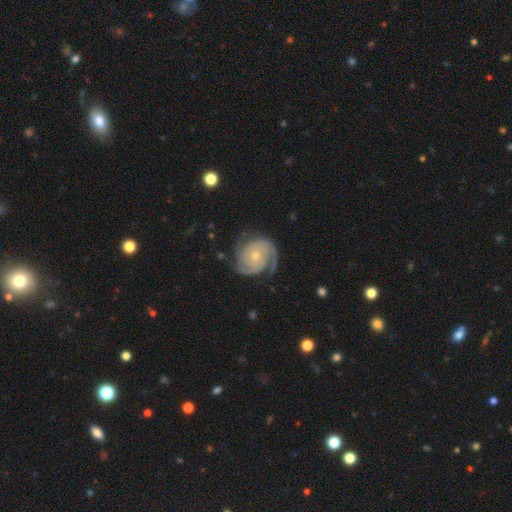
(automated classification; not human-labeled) smooth_or_featured: featured or disk (p=0.90) [alt: smooth p=0.05]
disk_edge_on: no (p=0.98) [alt: yes p=0.02]
bar: no (p=0.75) [alt: weak p=0.20]
has_spiral_arms: yes (p=0.98) [alt: no p=0.02]
spiral_winding: tight (p=0.62) [alt: medium p=0.32]
spiral_arm_count: 2 (p=0.51) [alt: 3 p=0.27]
bulge_size: small (p=0.65) [alt: moderate p=0.31]
merging: none (p=0.75) [alt: minor disturbance p=0.16]